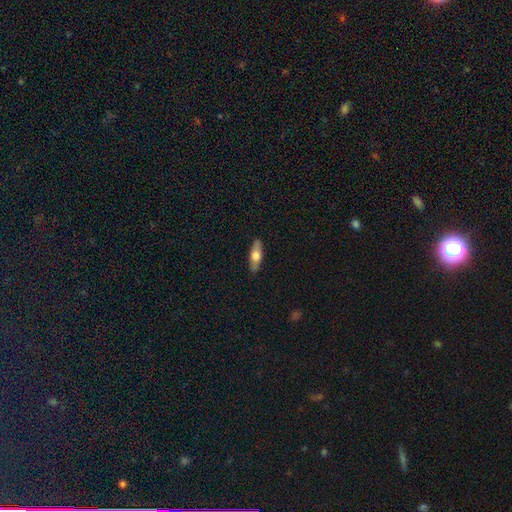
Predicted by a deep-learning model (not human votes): Smooth or featured: smooth — 57% (featured or disk — 38%)
How rounded: in between — 57% (cigar-shaped — 40%)
Merging: none — 88% (minor disturbance — 9%)